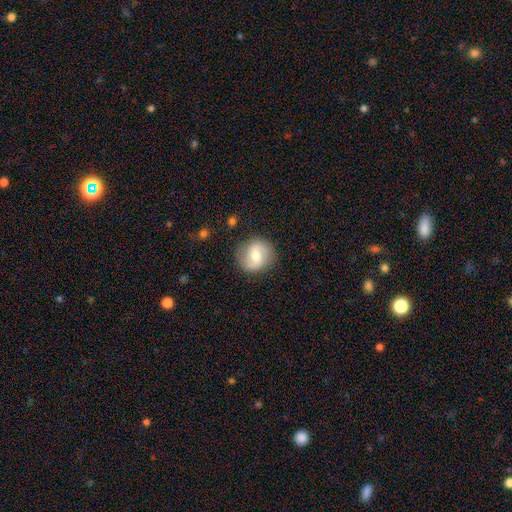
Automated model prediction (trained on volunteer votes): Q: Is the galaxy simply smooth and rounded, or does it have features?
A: featured or disk — 49%.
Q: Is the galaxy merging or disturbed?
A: none — 85%.